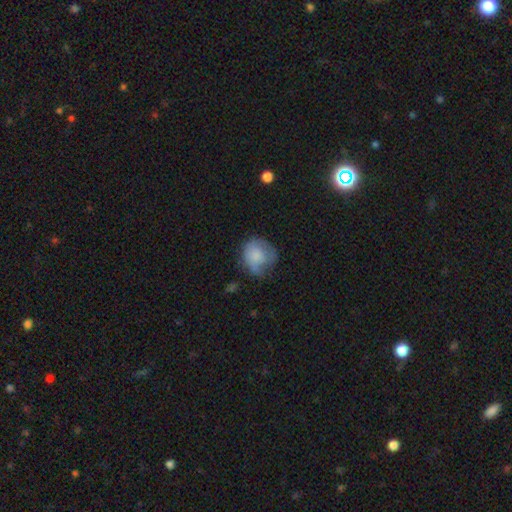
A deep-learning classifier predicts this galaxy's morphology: Smooth or featured?
  - smooth: 67% *
  - featured or disk: 25%
  - star or artifact: 8%
How rounded?
  - round: 77% *
  - in between: 22%
  - cigar-shaped: 1%
Merging?
  - none: 47% *
  - minor disturbance: 32%
  - major disturbance: 19%
  - merger: 2%